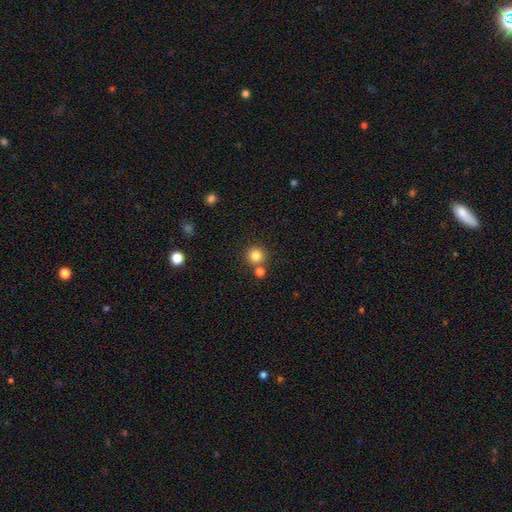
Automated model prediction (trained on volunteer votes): Smooth or featured? smooth (82%)
How rounded? round (94%)
Merging? none (76%)